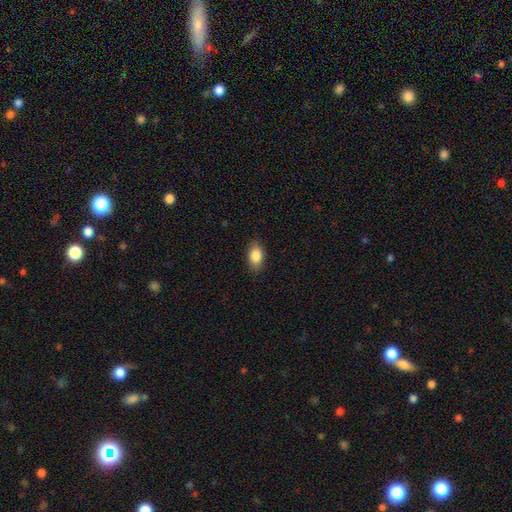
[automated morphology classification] This appears to be a smooth galaxy with no disk features (86%) that is in between round and cigar-shaped (90%). Merging: none (86%).